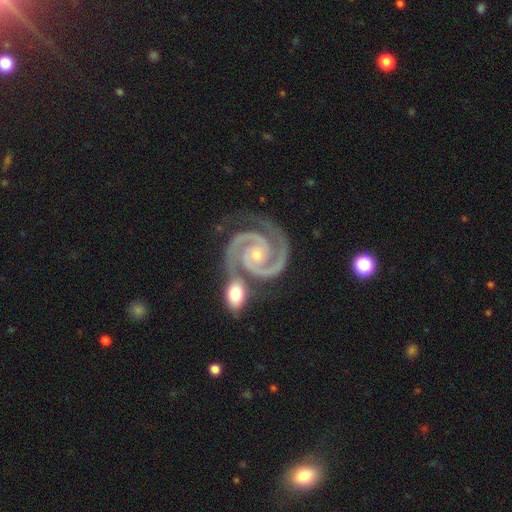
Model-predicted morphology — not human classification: Overall: featured or disk (95%). Edge-on disk: no (98%). Bar: no (67%). Spiral arms: yes (99%). Spiral arm count: 2 (92%). Spiral winding: tight (69%). Bulge size: small (68%; moderate 29%). Merging: none (64%).